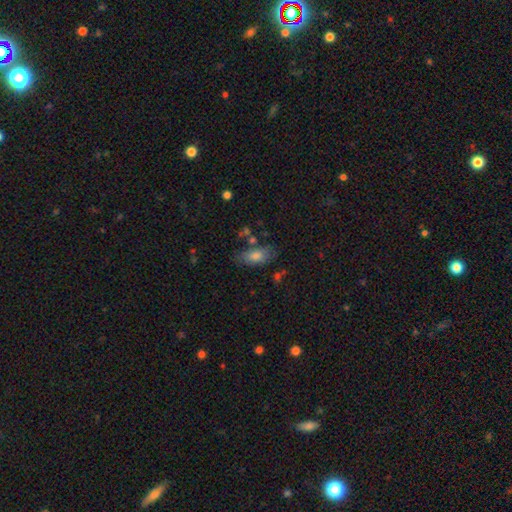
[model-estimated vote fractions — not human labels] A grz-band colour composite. It shows a smooth galaxy with no disk features (75%) that is in between round and cigar-shaped (85%). Merging: none (65%).